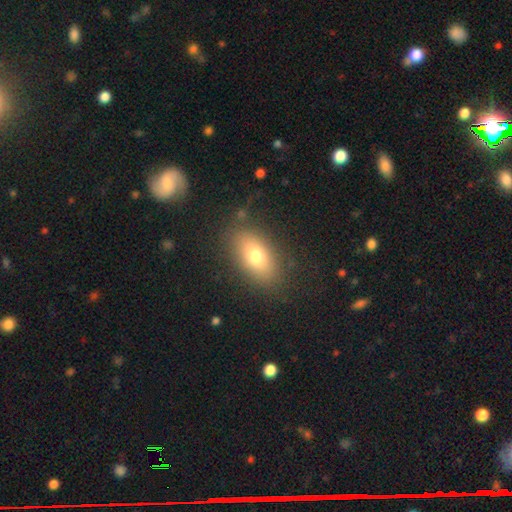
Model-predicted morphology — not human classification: A smooth galaxy with no disk features (73%) that is in between round and cigar-shaped (87%).

Vote fractions:
- Smooth or featured? smooth: 73% / featured or disk: 18% / star or artifact: 9%
- How rounded? in between: 87% / round: 8% / cigar-shaped: 5%
- Merging? none: 83% / minor disturbance: 11% / major disturbance: 4% / merger: 2%